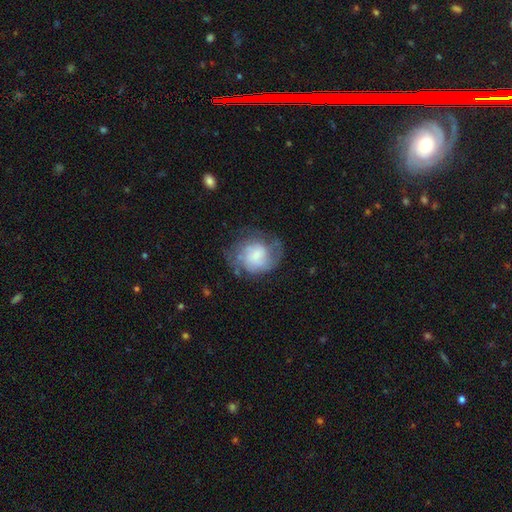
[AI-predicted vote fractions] Overall: featured or disk (52%; smooth 40%). Edge-on disk: no (98%). Bar: no (66%; weak 29%). Spiral arms: yes (75%). Bulge size: small (46%; moderate 26%). Merging: none (54%; minor disturbance 24%).